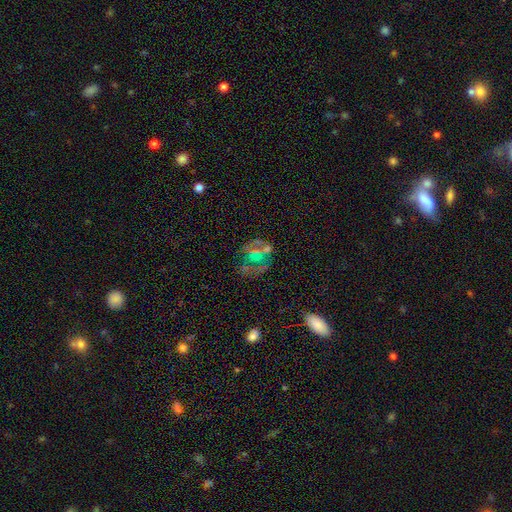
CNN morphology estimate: Q: Smooth or featured?
A: featured or disk (54%); runner-up: smooth (27%)
Q: Edge-on disk?
A: no (98%); runner-up: yes (2%)
Q: Bar?
A: no (74%); runner-up: weak (19%)
Q: Spiral arms?
A: no (68%); runner-up: yes (32%)
Q: Bulge size?
A: small (35%); runner-up: none (31%)
Q: Merging?
A: none (43%); runner-up: major disturbance (25%)